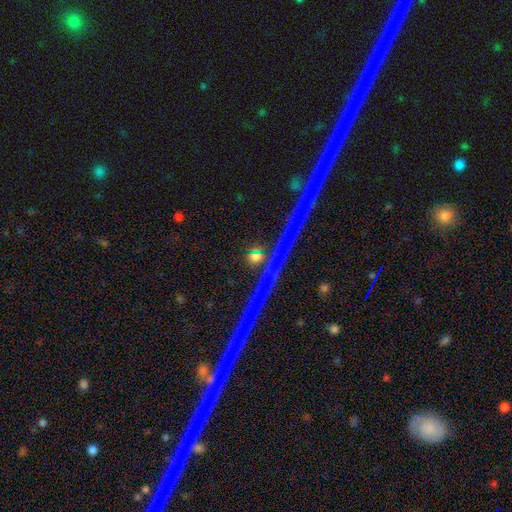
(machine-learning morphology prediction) Overall: star or artifact (62%; smooth 22%).